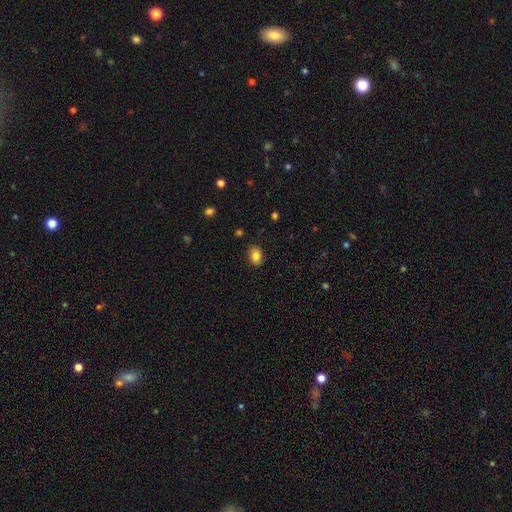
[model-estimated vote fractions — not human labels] This appears to be a smooth galaxy with no disk features (84%) that is in between round and cigar-shaped (74%). Merging: none (85%).